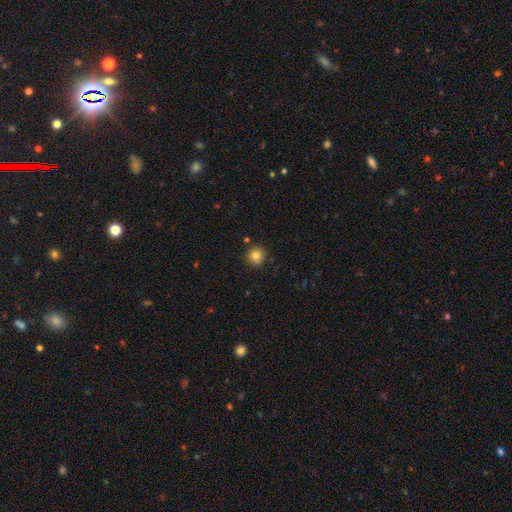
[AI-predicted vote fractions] A smooth galaxy with no disk features (82%) that is round (94%).

Vote fractions:
- Smooth or featured? smooth: 82% / star or artifact: 11% / featured or disk: 7%
- How rounded? round: 94% / in between: 5% / cigar-shaped: 1%
- Merging? none: 87% / minor disturbance: 8% / merger: 3% / major disturbance: 2%